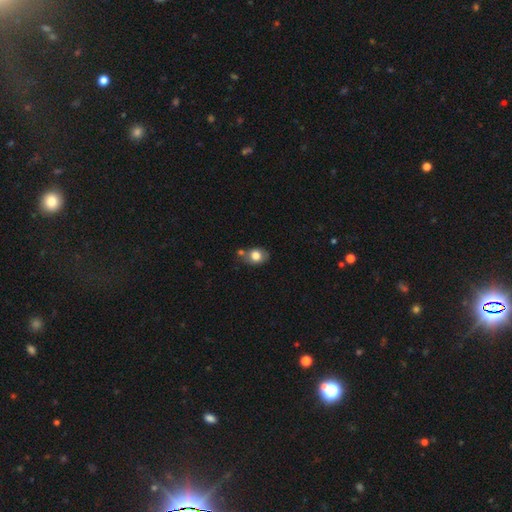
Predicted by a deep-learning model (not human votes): This appears to be a smooth galaxy with no disk features (77%) that is in between round and cigar-shaped (56%). Merging: none (56%).